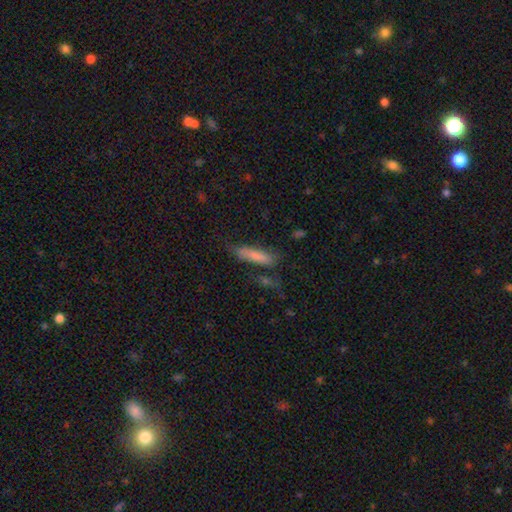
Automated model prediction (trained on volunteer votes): Q: Smooth or featured?
A: smooth (74%); runner-up: featured or disk (18%)
Q: How rounded?
A: cigar-shaped (76%); runner-up: in between (22%)
Q: Merging?
A: none (61%); runner-up: minor disturbance (22%)